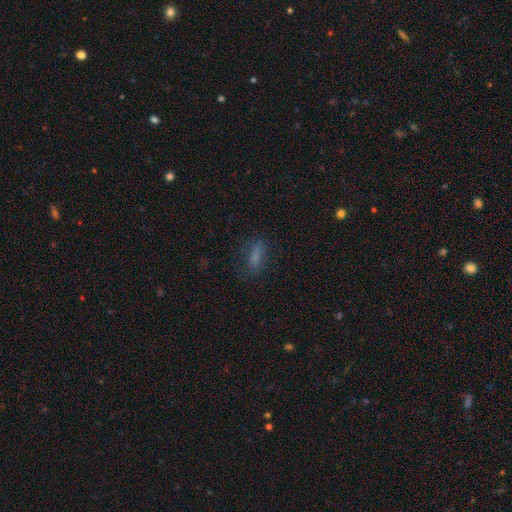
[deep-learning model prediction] Smooth or featured? smooth (68%)
How rounded? in between (50%)
Merging? none (73%)